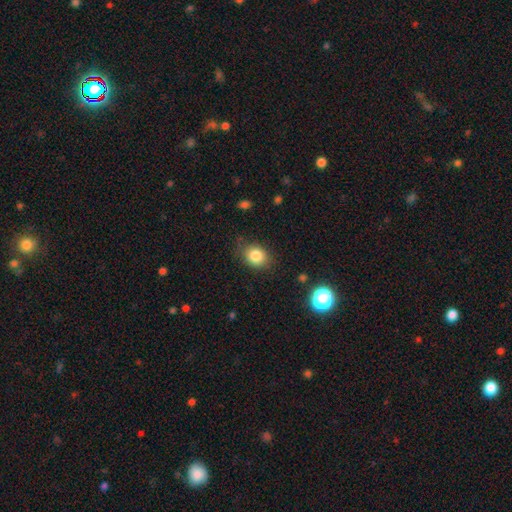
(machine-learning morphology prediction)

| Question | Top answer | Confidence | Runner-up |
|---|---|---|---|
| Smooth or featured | smooth | 83% | star or artifact (11%) |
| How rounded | round | 55% | in between (44%) |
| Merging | none | 76% | minor disturbance (17%) |